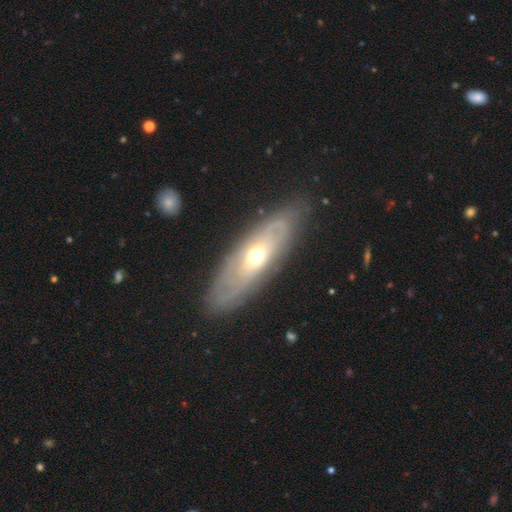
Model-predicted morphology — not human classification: A featured or disk galaxy (72%) with no bar (80%), spiral arms (62%) and a moderate central bulge (68%). Merging: none (81%).